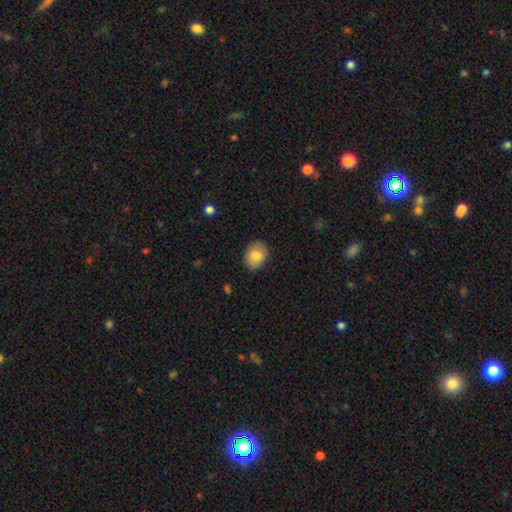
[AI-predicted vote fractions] This is clearly a smooth galaxy (82%). How rounded: likely in between (65%). Merging: clearly none (86%).